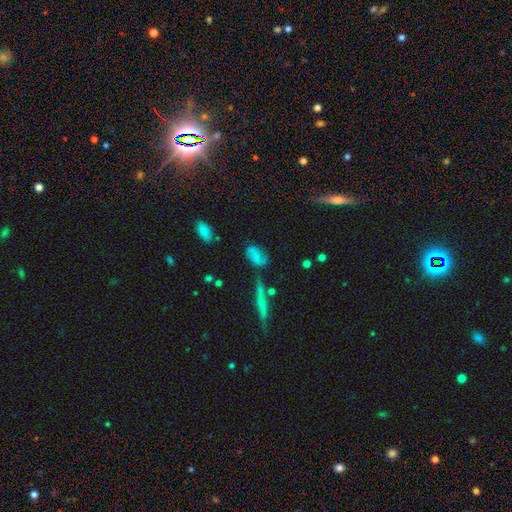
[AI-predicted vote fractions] This is likely a smooth galaxy (61%). How rounded: clearly in between (85%). Merging: possibly none (57%).